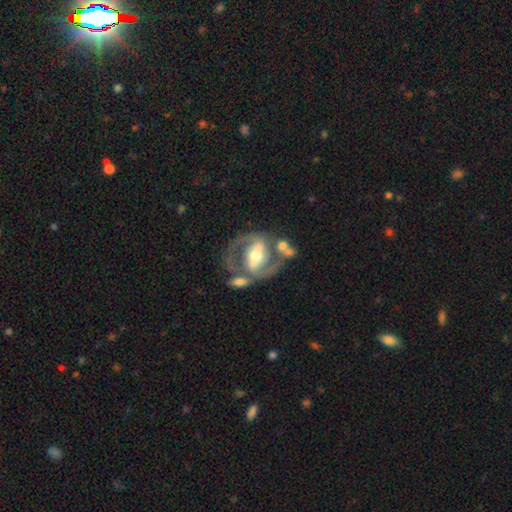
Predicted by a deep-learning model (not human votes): Smooth or featured? featured or disk (87%)
Edge-on disk? no (97%)
Bar? strong (56%)
Spiral arms? yes (92%)
Spiral winding? medium (56%)
Spiral arm count? 2 (89%)
Bulge size? moderate (65%)
Merging? none (56%)